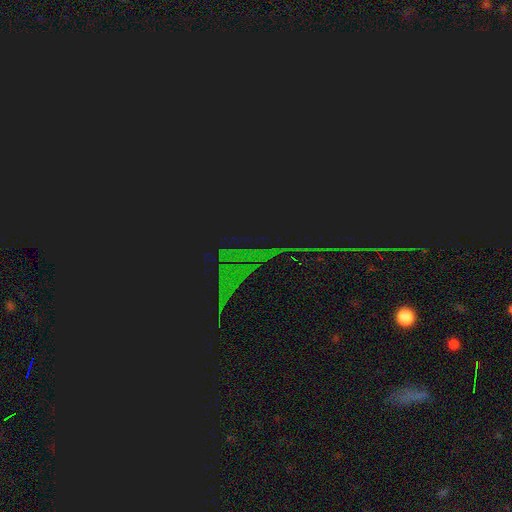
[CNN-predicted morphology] Smooth or featured? star or artifact (87%)